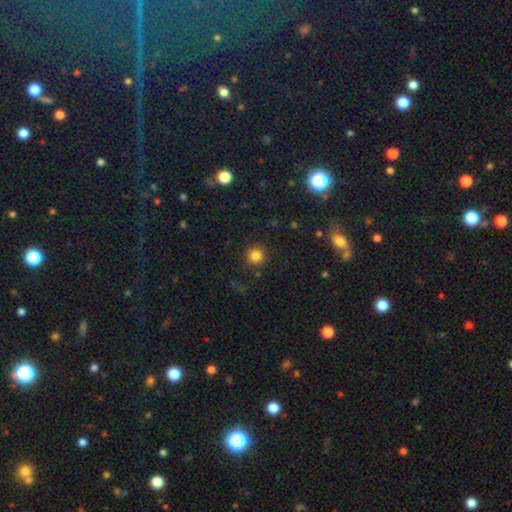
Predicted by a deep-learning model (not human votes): This appears to be a smooth galaxy with no disk features (82%) that is round (94%). Merging: none (89%).